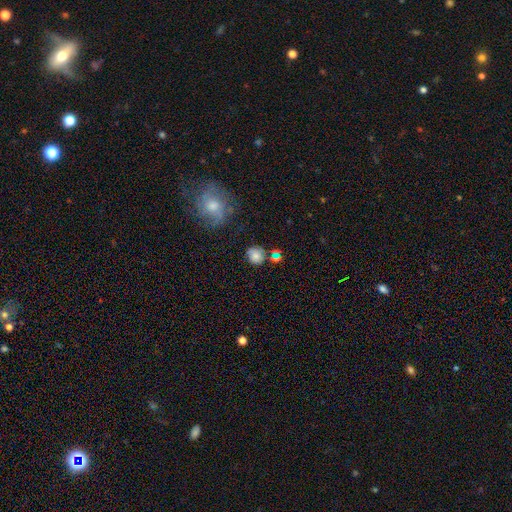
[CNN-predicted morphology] Smooth or featured: smooth — 75% (featured or disk — 14%)
How rounded: round — 84% (in between — 15%)
Merging: none — 65% (minor disturbance — 17%)